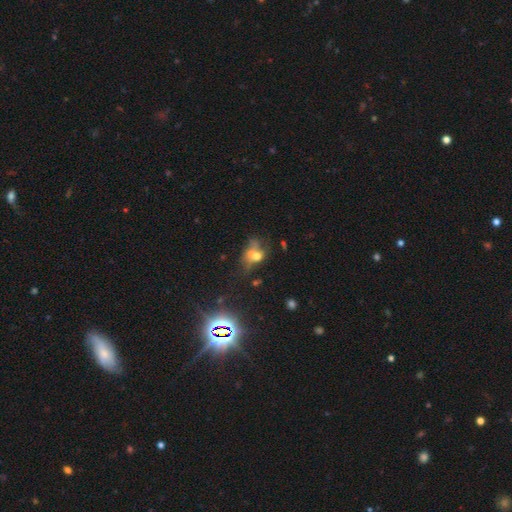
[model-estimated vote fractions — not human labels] The model was most divided on "merging": none: 31%, merger: 30%, major disturbance: 21%, minor disturbance: 19%. Remaining: smooth or featured — smooth (49%).